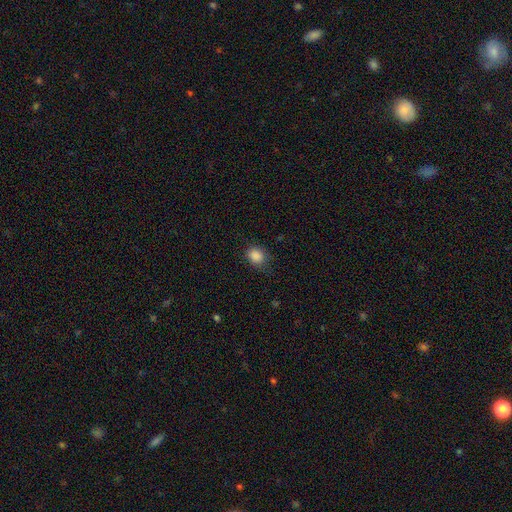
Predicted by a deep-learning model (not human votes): Q: Smooth or featured?
A: smooth (87%); runner-up: star or artifact (10%)
Q: How rounded?
A: round (60%); runner-up: in between (39%)
Q: Merging?
A: none (77%); runner-up: minor disturbance (18%)